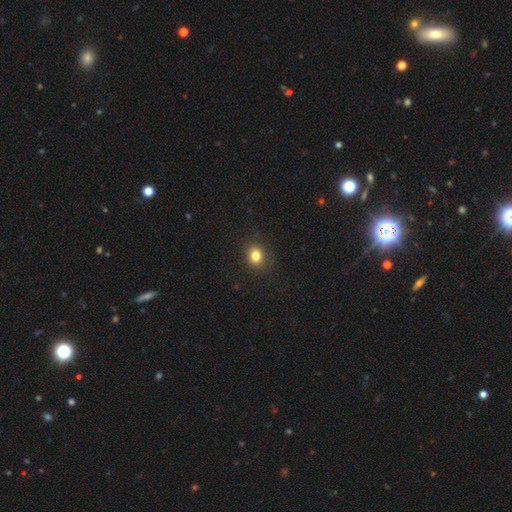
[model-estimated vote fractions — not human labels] Morphology: type=smooth (82%); roundness=round (72%); merging=none (89%).